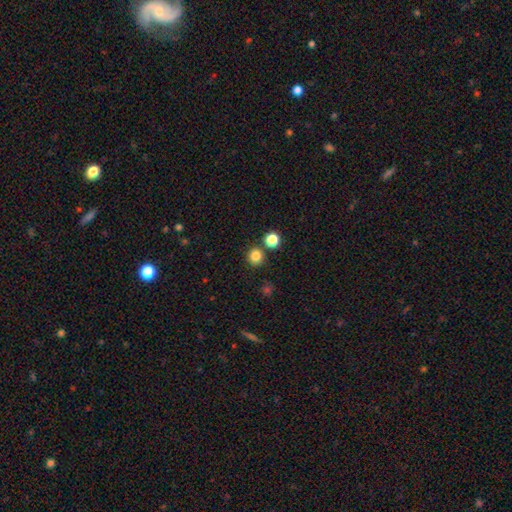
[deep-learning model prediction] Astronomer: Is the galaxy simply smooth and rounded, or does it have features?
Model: smooth — 82%.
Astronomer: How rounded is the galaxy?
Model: round — 92%.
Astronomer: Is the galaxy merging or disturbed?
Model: none — 82%.